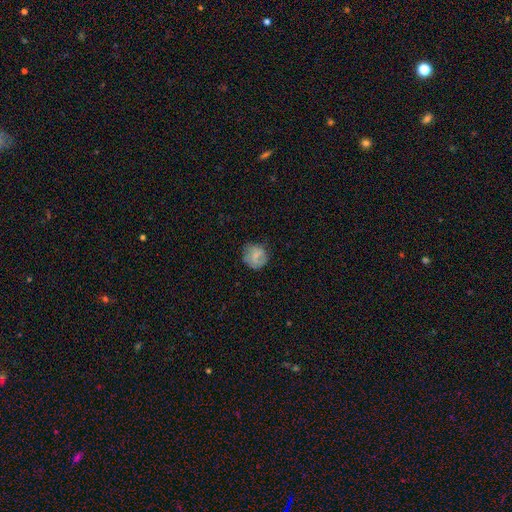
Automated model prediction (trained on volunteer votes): This is likely a smooth galaxy (60%). How rounded: clearly round (83%). Merging: likely none (69%).